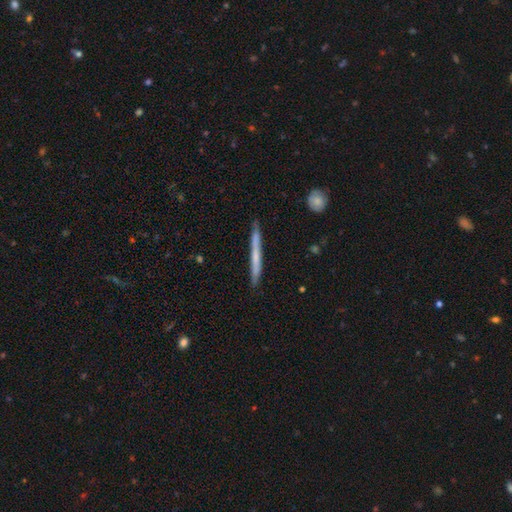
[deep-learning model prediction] A smooth galaxy with no disk features (50%). Merging: none (86%).